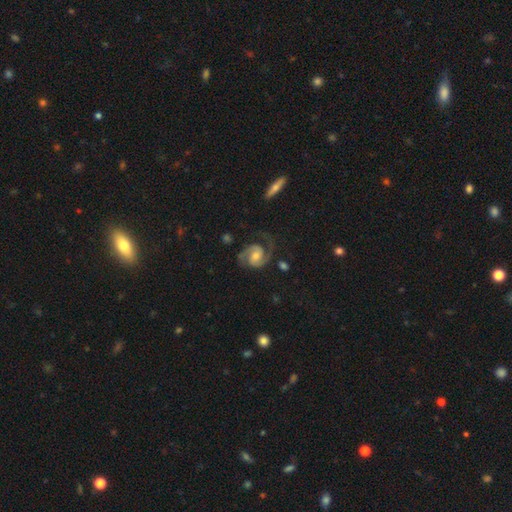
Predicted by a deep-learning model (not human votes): A featured or disk galaxy (89%) with no bar (57%), 2 (93%) medium (56%) spiral arms (98%) and a moderate central bulge (56%). Merging: none (74%).